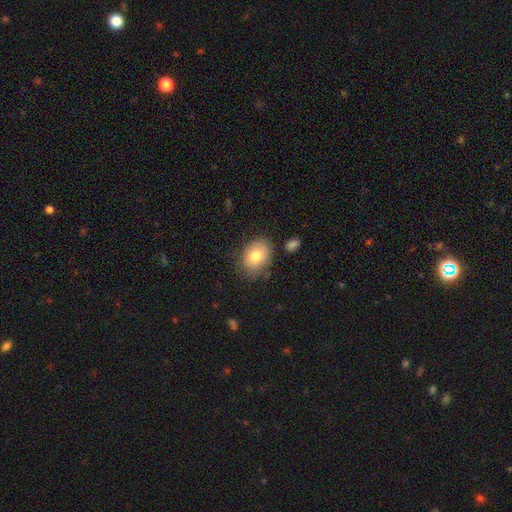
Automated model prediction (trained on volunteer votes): Smooth or featured? Predicted: smooth (p=0.78). How rounded? Predicted: in between (p=0.67). Merging? Predicted: none (p=0.74).